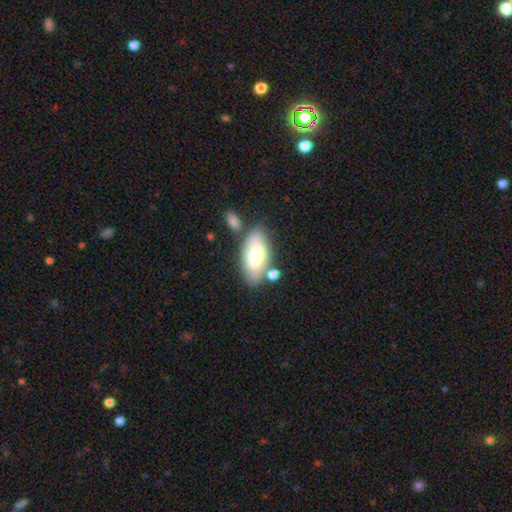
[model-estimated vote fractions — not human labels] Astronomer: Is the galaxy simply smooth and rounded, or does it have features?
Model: smooth — 62%.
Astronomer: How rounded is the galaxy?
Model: in between — 90%.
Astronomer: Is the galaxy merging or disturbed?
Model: none — 66%.